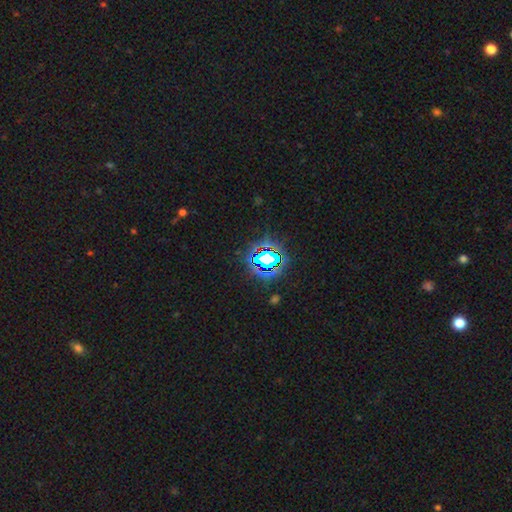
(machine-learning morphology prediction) Smooth or featured? star or artifact (80%)